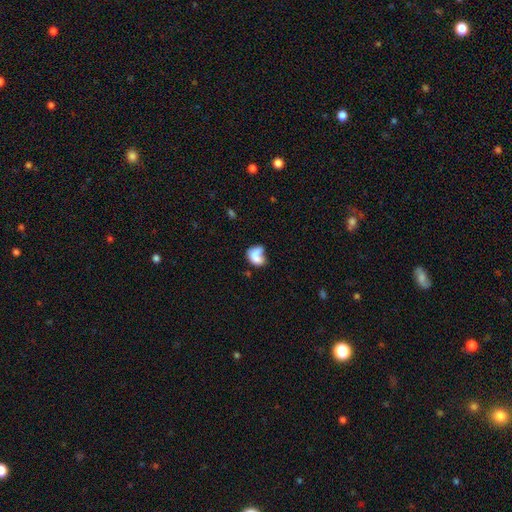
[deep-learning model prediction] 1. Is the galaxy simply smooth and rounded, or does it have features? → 65% smooth, 26% featured or disk, 9% star or artifact.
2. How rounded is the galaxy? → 71% in between, 28% round, 2% cigar-shaped.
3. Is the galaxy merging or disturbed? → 27% none, 26% merger, 26% major disturbance, 21% minor disturbance.